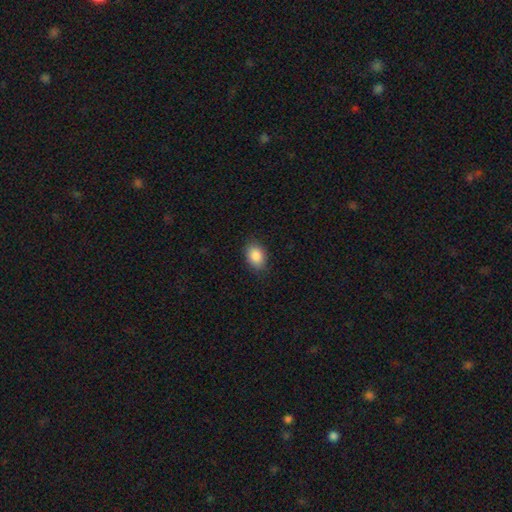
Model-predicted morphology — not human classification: This is clearly a smooth galaxy (88%). How rounded: likely in between (80%). Merging: clearly none (85%).